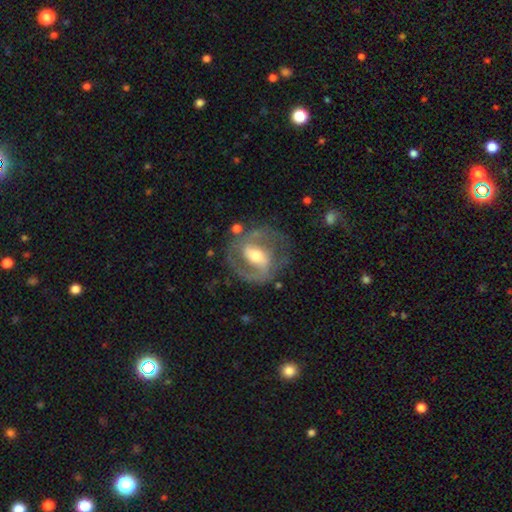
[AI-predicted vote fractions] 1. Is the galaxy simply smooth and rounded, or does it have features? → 81% featured or disk, 14% smooth, 5% star or artifact.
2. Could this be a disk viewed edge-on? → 96% no, 4% yes.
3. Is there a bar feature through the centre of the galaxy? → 42% strong, 39% weak, 20% no.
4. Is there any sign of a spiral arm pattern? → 82% yes, 18% no.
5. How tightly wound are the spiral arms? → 50% medium, 31% tight, 19% loose.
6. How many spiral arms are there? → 81% 2, 8% can't tell, 7% 1, 2% 3, 1% 4, 1% more than 4.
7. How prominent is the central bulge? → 65% moderate, 23% small, 10% large, 1% none, 1% dominant.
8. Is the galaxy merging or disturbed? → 72% none, 15% minor disturbance, 10% major disturbance, 2% merger.